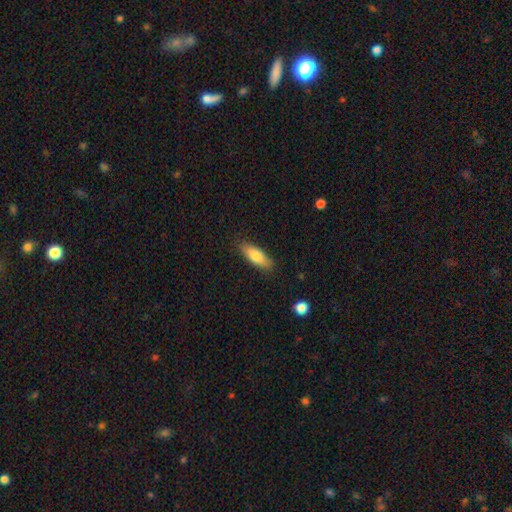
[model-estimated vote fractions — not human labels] smooth_or_featured: smooth (p=0.77) [alt: featured or disk p=0.17]
how_rounded: in between (p=0.61) [alt: cigar-shaped p=0.37]
merging: none (p=0.86) [alt: minor disturbance p=0.11]